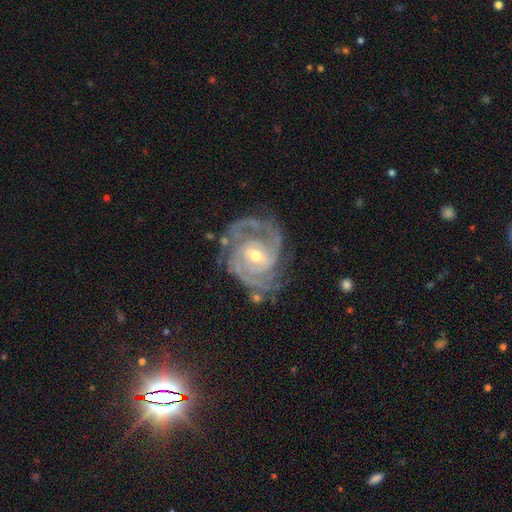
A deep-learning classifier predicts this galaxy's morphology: The model was most divided on "bar": weak: 45%, no: 39%, strong: 16%. Remaining: edge-on disk — no (98%); spiral arms — yes (97%); smooth or featured — featured or disk (91%); merging — none (66%); spiral winding — tight (64%); bulge size — moderate (54%); spiral arm count — 2 (36%).